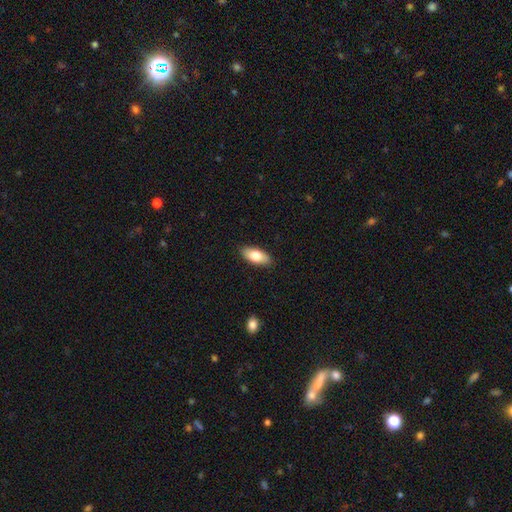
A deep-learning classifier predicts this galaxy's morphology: Q: Smooth or featured?
A: smooth (76%); runner-up: featured or disk (18%)
Q: How rounded?
A: in between (87%); runner-up: cigar-shaped (11%)
Q: Merging?
A: none (89%); runner-up: minor disturbance (8%)